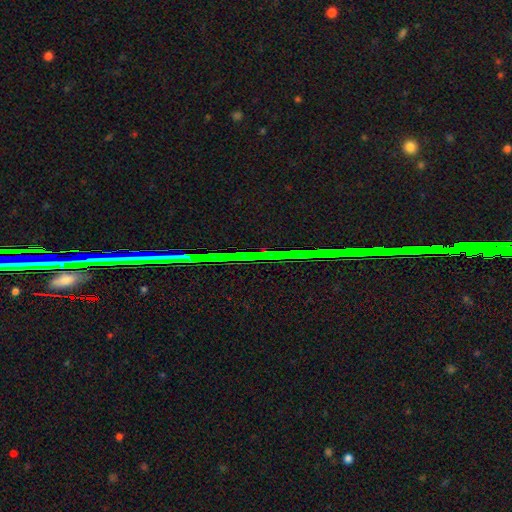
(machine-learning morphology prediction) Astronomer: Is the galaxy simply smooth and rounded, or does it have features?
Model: star or artifact — 86%.